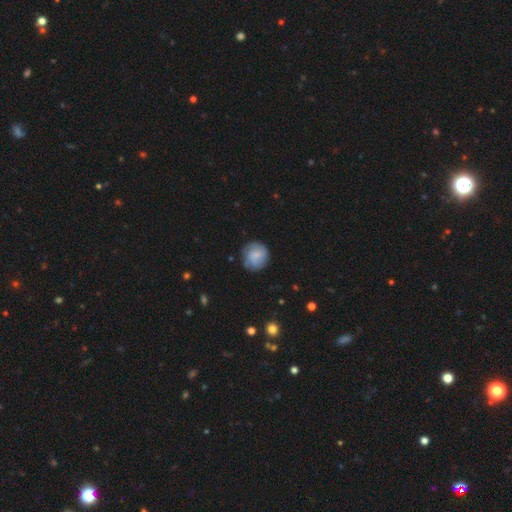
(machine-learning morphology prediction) The model was most divided on "smooth or featured": smooth: 69%, featured or disk: 23%, star or artifact: 7%. More confident: how rounded — round (90%); merging — none (77%).